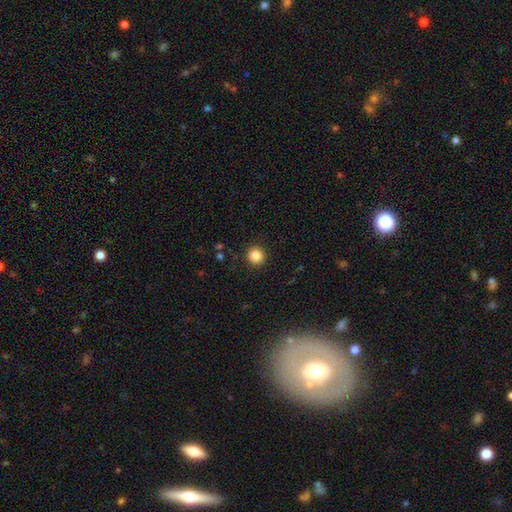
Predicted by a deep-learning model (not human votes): Q: Smooth or featured?
A: smooth (86%); runner-up: star or artifact (10%)
Q: How rounded?
A: round (91%); runner-up: in between (8%)
Q: Merging?
A: none (91%); runner-up: minor disturbance (6%)